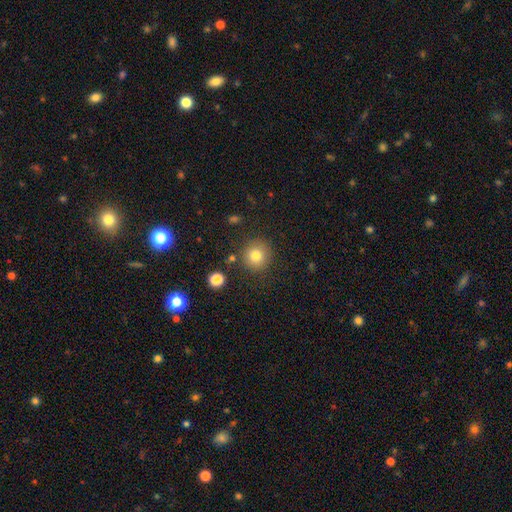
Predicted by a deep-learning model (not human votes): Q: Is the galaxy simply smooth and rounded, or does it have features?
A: smooth — 80%.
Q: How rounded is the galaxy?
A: round — 92%.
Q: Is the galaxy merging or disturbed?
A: none — 85%.